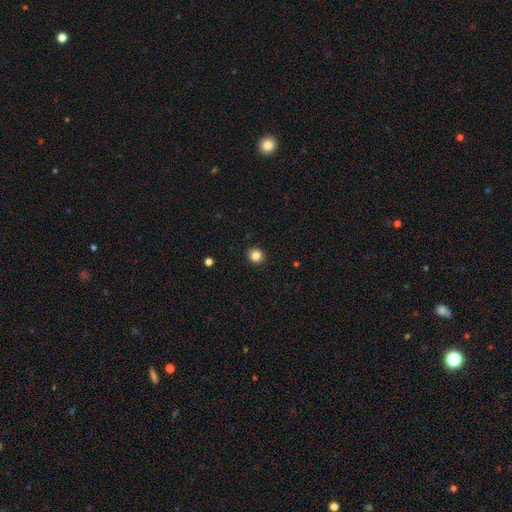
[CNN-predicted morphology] This appears to be a smooth galaxy with no disk features (84%) that is round (85%). Merging: none (91%).